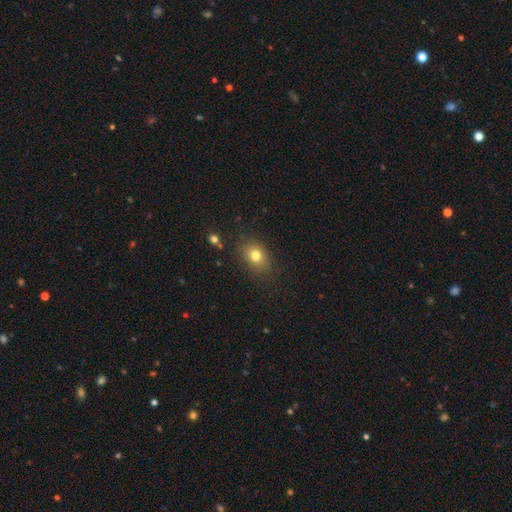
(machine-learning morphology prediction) A smooth galaxy with no disk features (77%) that is in between round and cigar-shaped (63%).

Vote fractions:
- Smooth or featured? smooth: 77% / star or artifact: 12% / featured or disk: 11%
- How rounded? in between: 63% / round: 35% / cigar-shaped: 1%
- Merging? none: 82% / minor disturbance: 12% / major disturbance: 4% / merger: 2%